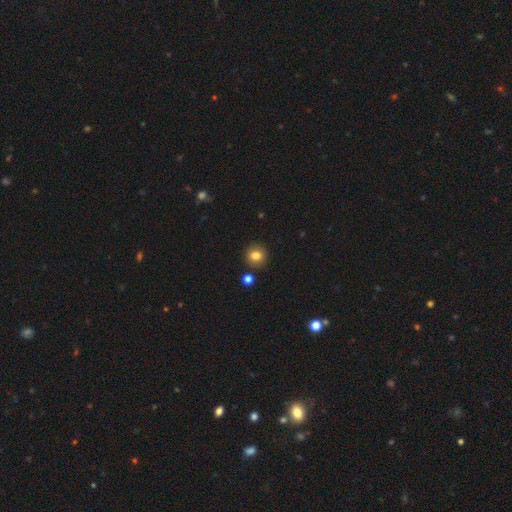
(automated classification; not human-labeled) smooth_or_featured: smooth (p=0.82) [alt: star or artifact p=0.11]
how_rounded: round (p=0.89) [alt: in between p=0.10]
merging: none (p=0.88) [alt: minor disturbance p=0.07]